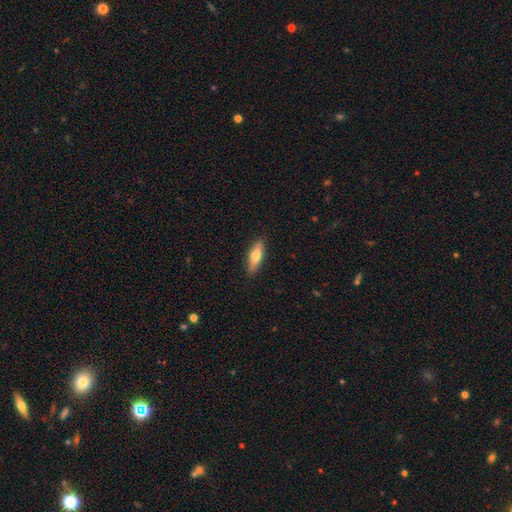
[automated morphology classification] This is likely a smooth galaxy (65%). How rounded: possibly in between (56%). Merging: clearly none (88%).